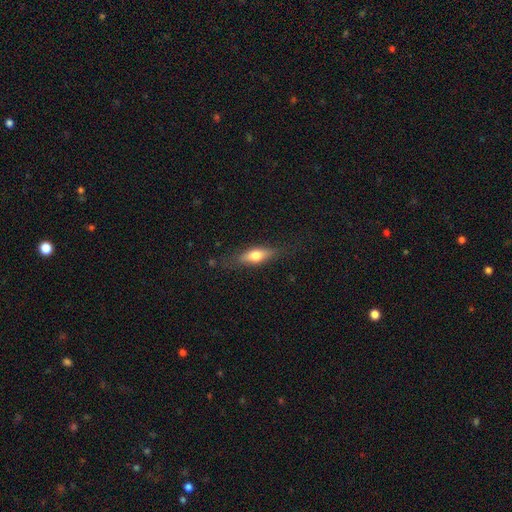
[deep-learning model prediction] Smooth or featured? Predicted: smooth (p=0.61). How rounded? Predicted: in between (p=0.53). Merging? Predicted: none (p=0.79).